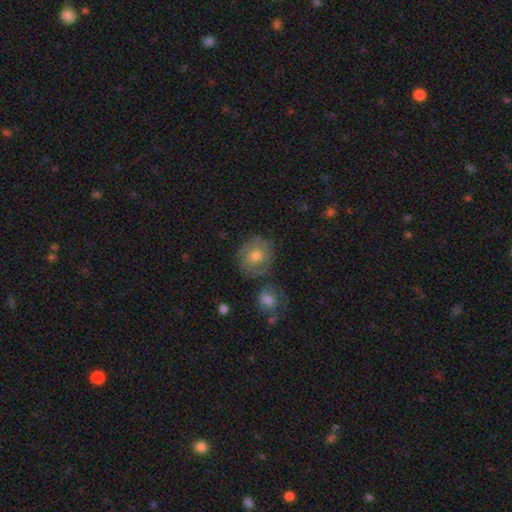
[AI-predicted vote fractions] A smooth galaxy with no disk features (55%) that is round (79%).

Vote fractions:
- Smooth or featured? smooth: 55% / featured or disk: 37% / star or artifact: 9%
- How rounded? round: 79% / in between: 20% / cigar-shaped: 1%
- Merging? none: 69% / minor disturbance: 18% / merger: 7% / major disturbance: 6%